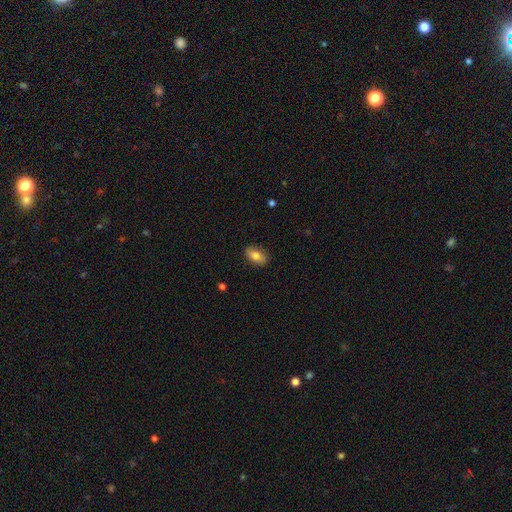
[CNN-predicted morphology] Smooth or featured? smooth (78%)
How rounded? in between (90%)
Merging? none (86%)